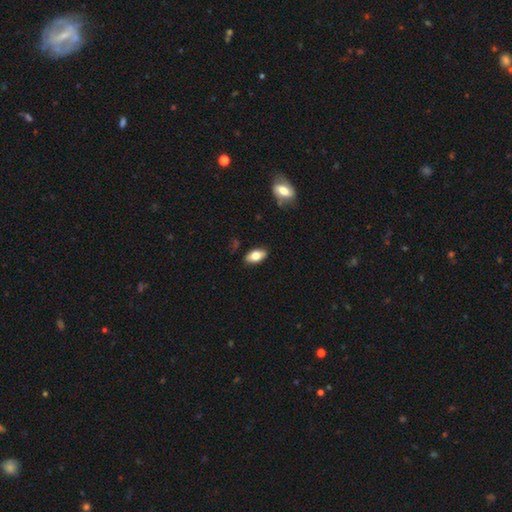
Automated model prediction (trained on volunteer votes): Smooth or featured?
  - smooth: 75% *
  - featured or disk: 18%
  - star or artifact: 7%
How rounded?
  - in between: 91% *
  - cigar-shaped: 6%
  - round: 4%
Merging?
  - none: 86% *
  - minor disturbance: 11%
  - major disturbance: 2%
  - merger: 1%